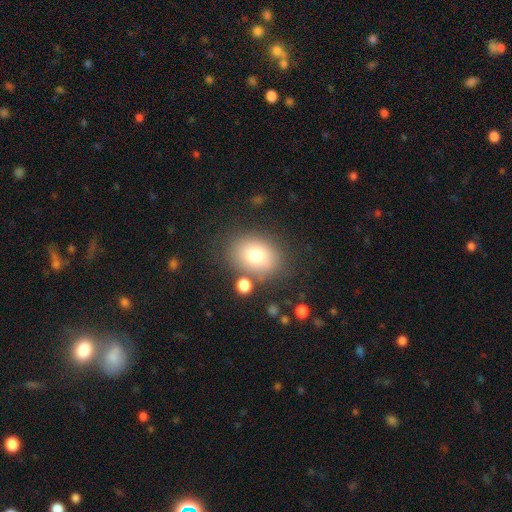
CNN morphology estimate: smooth-or-featured: smooth: 77% | featured or disk: 13% | star or artifact: 10%
  how-rounded: in between: 65% | round: 34% | cigar-shaped: 1%
  merging: none: 76% | minor disturbance: 13% | merger: 6% | major disturbance: 5%